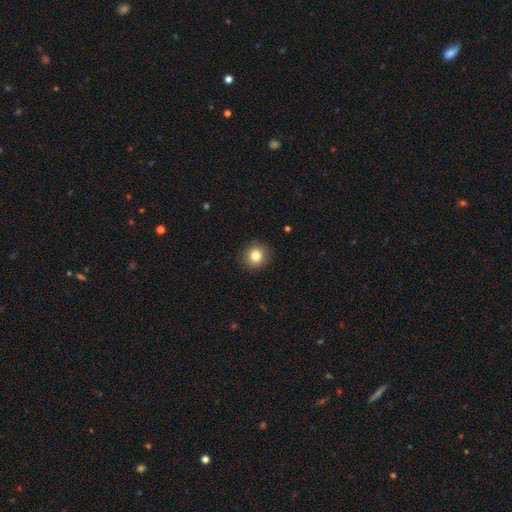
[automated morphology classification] Q: Smooth or featured?
A: smooth (82%); runner-up: star or artifact (11%)
Q: How rounded?
A: round (92%); runner-up: in between (7%)
Q: Merging?
A: none (91%); runner-up: minor disturbance (6%)